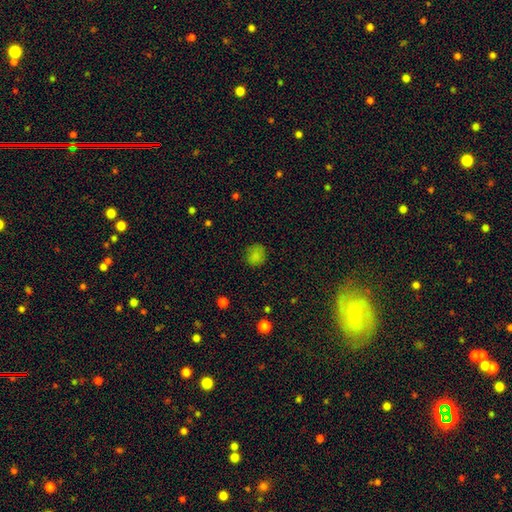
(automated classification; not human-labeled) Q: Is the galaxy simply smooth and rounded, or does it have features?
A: smooth — 79%.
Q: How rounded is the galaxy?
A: round — 71%.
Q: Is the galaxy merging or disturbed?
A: none — 78%.